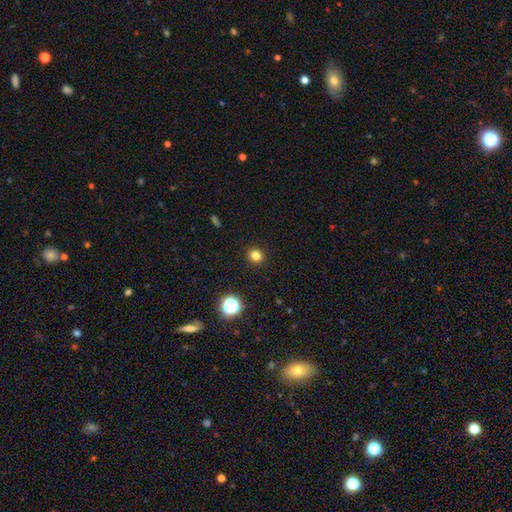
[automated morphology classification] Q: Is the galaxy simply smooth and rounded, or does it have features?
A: smooth — 80%.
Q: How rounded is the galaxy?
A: round — 86%.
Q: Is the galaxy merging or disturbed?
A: none — 92%.